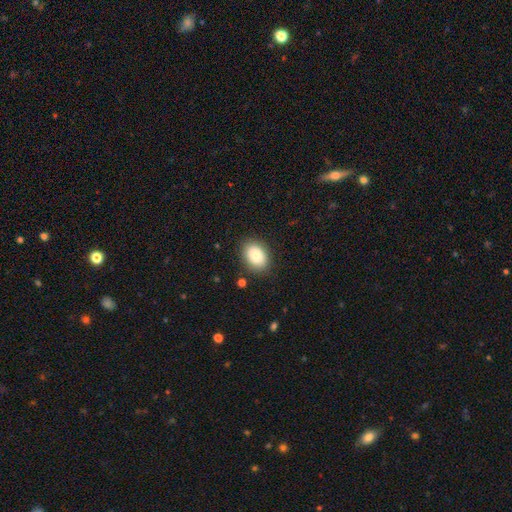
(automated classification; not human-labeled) A smooth galaxy with no disk features (85%) that is in between round and cigar-shaped (78%).

Vote fractions:
- Smooth or featured? smooth: 85% / star or artifact: 8% / featured or disk: 7%
- How rounded? in between: 78% / round: 21% / cigar-shaped: 1%
- Merging? none: 86% / minor disturbance: 10% / major disturbance: 3% / merger: 1%